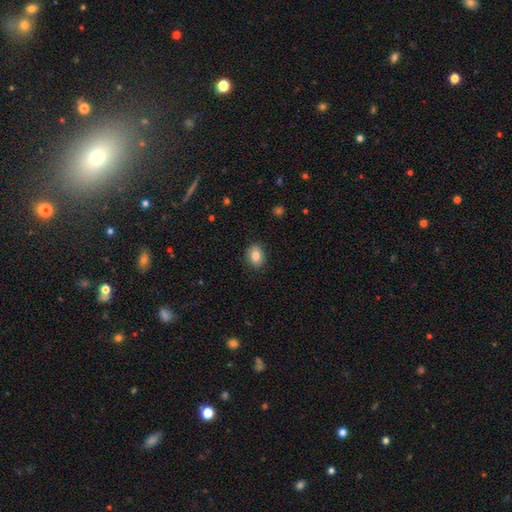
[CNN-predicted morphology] smooth-or-featured: smooth: 83% | star or artifact: 9% | featured or disk: 8%
  how-rounded: in between: 61% | round: 38% | cigar-shaped: 1%
  merging: none: 87% | minor disturbance: 10% | major disturbance: 2% | merger: 1%